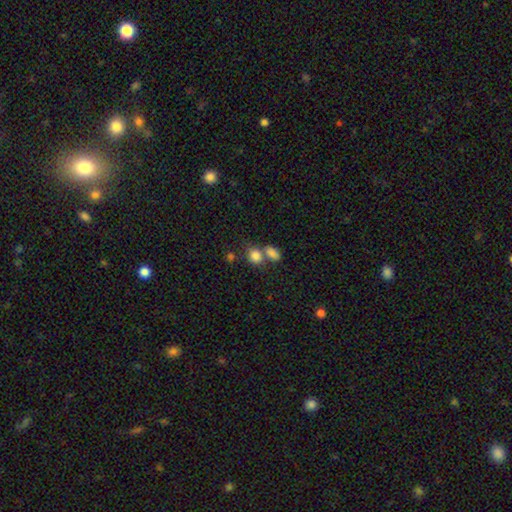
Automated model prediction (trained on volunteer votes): A smooth galaxy with no disk features (83%) that is round (57%).

Vote fractions:
- Smooth or featured? smooth: 83% / star or artifact: 10% / featured or disk: 7%
- How rounded? round: 57% / in between: 42% / cigar-shaped: 1%
- Merging? merger: 44% / none: 43% / minor disturbance: 9% / major disturbance: 4%